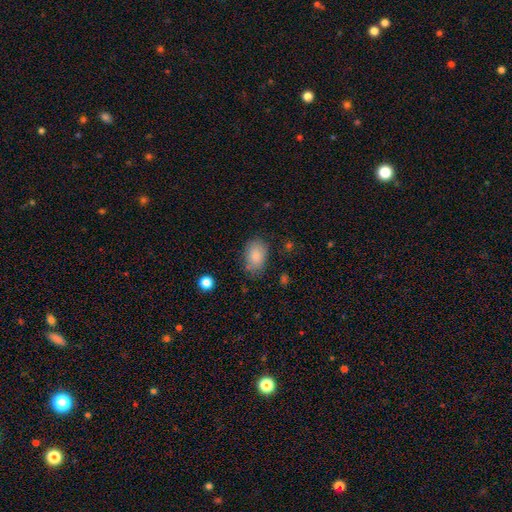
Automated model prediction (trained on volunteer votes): The model was most divided on "merging": none: 74%, minor disturbance: 19%, major disturbance: 5%, merger: 2%. More confident: how rounded — in between (86%); smooth or featured — smooth (84%).